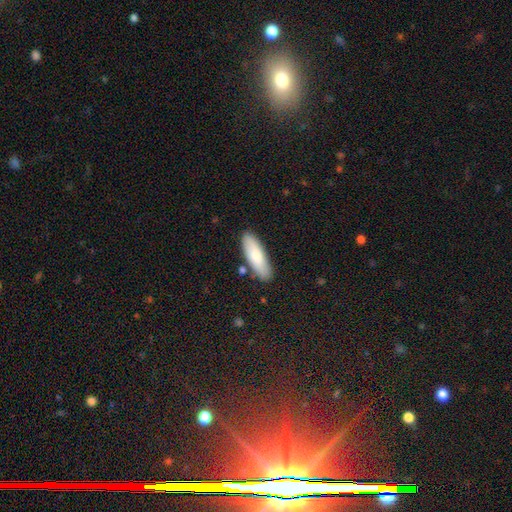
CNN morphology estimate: type=smooth (81%); roundness=in between (55%); merging=none (84%).